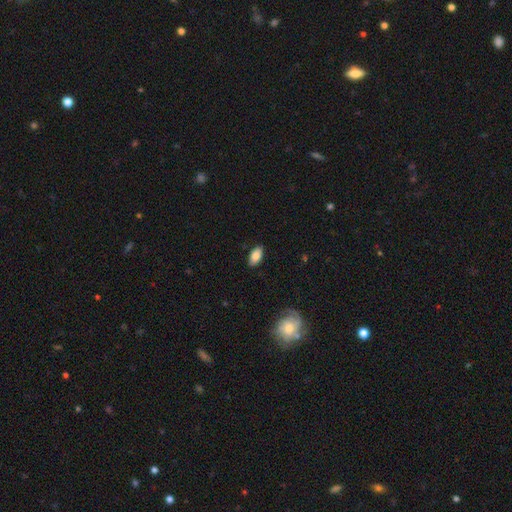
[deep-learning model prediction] Overall: smooth (83%). How rounded: in between (93%). Merging: none (87%).